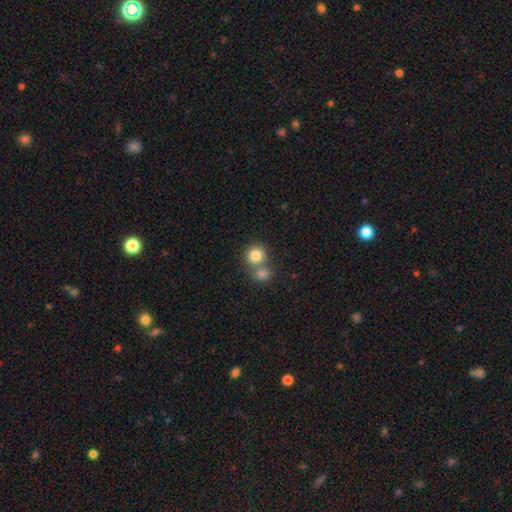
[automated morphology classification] Smooth or featured? smooth (82%)
How rounded? round (89%)
Merging? none (54%)